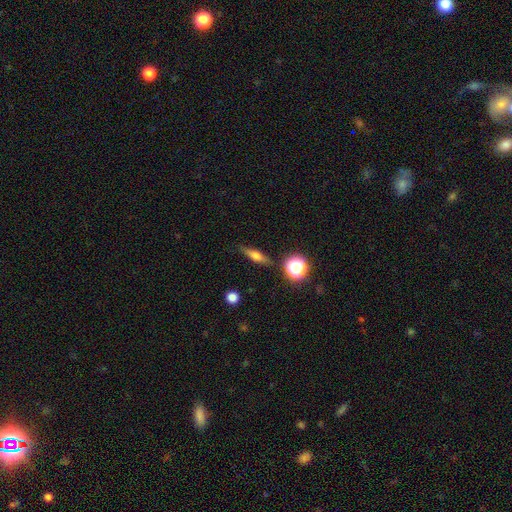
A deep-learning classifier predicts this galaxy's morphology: This is possibly a smooth galaxy (46%). Merging: clearly none (84%).